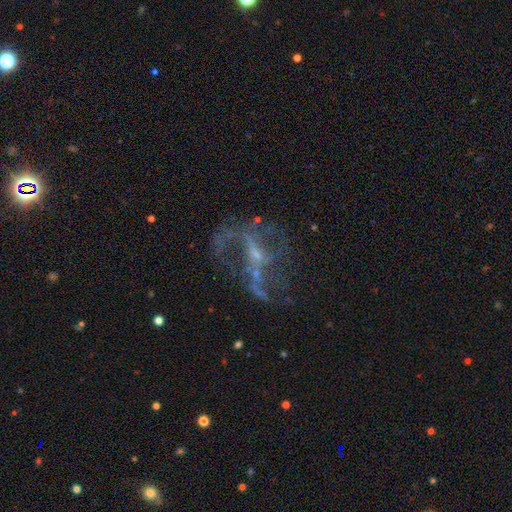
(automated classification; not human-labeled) A featured or disk galaxy (75%) with no bar (44%), spiral arms (65%) and a small central bulge (60%).

Vote fractions:
- Smooth or featured? featured or disk: 75% / star or artifact: 16% / smooth: 8%
- Edge-on disk? no: 96% / yes: 4%
- Bar? no: 44% / weak: 37% / strong: 19%
- Spiral arms? yes: 65% / no: 35%
- Bulge size? small: 60% / none: 20% / moderate: 17% / large: 2% / dominant: 1%
- Merging? none: 46% / major disturbance: 33% / minor disturbance: 15% / merger: 6%